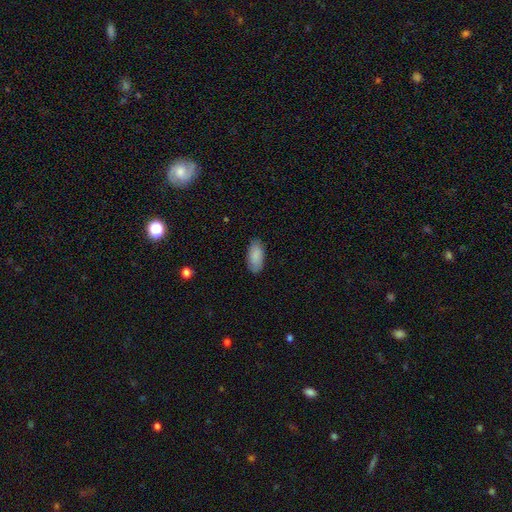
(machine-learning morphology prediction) Smooth or featured? Predicted: smooth (p=0.87). How rounded? Predicted: in between (p=0.90). Merging? Predicted: none (p=0.85).